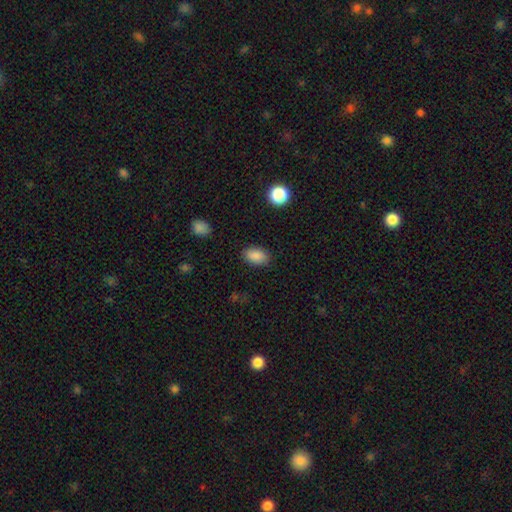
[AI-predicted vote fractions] Smooth or featured: smooth — 88% (star or artifact — 8%)
How rounded: in between — 90% (round — 8%)
Merging: none — 86% (minor disturbance — 10%)